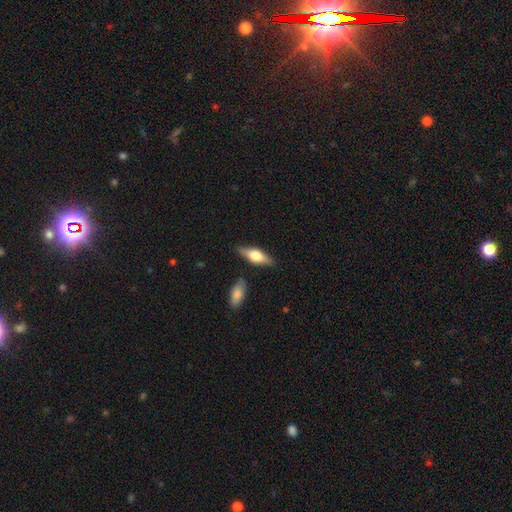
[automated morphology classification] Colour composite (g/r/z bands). It shows a smooth galaxy with no disk features (52%) that is in between round and cigar-shaped (60%). Merging: none (81%).